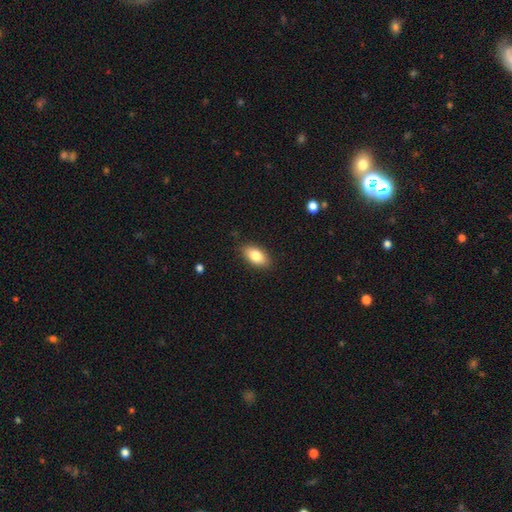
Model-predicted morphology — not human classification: This appears to be a smooth galaxy with no disk features (82%) that is in between round and cigar-shaped (91%). Merging: none (86%).